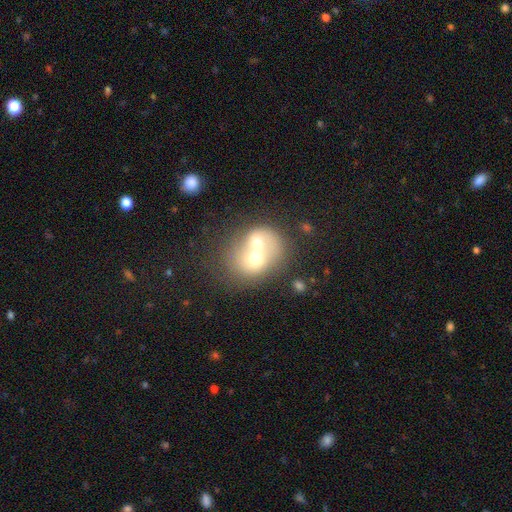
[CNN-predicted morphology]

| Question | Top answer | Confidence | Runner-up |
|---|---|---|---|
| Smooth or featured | smooth | 54% | featured or disk (35%) |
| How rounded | round | 61% | in between (38%) |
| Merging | merger | 75% | none (15%) |